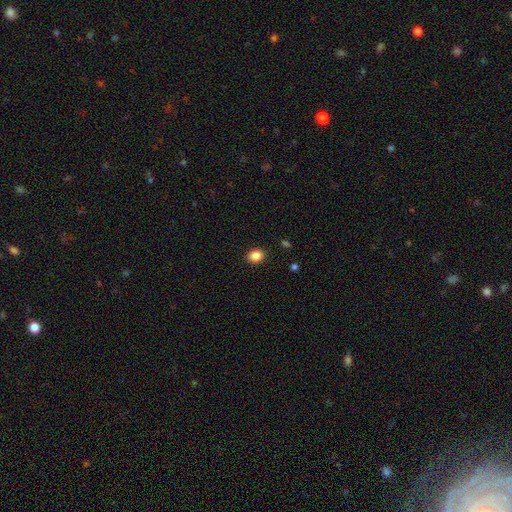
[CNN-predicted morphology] This is clearly a smooth galaxy (86%). How rounded: possibly round (57%). Merging: clearly none (90%).